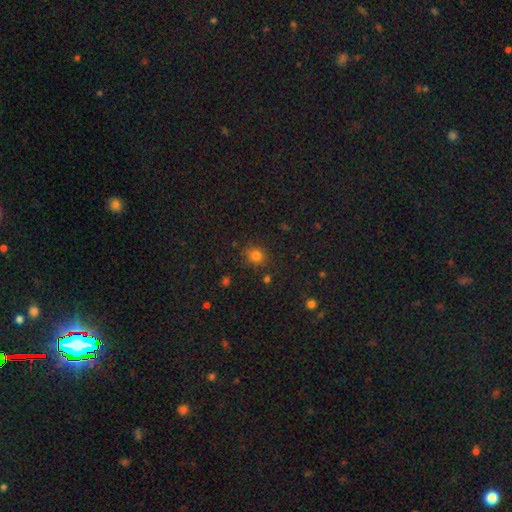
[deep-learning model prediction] Overall: smooth (79%). How rounded: round (78%). Merging: none (83%).